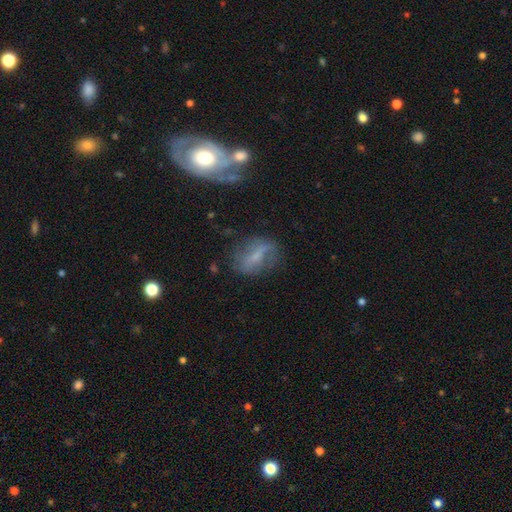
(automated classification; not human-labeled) Q: Smooth or featured?
A: featured or disk (48%); runner-up: smooth (42%)
Q: Merging?
A: none (58%); runner-up: minor disturbance (23%)